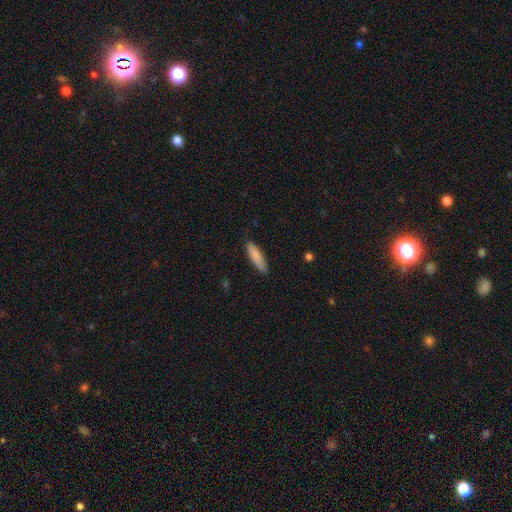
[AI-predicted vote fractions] smooth 85%, featured or disk 9%, star or artifact 6%. Down the decision tree: how rounded — cigar-shaped (63%); merging — none (84%).